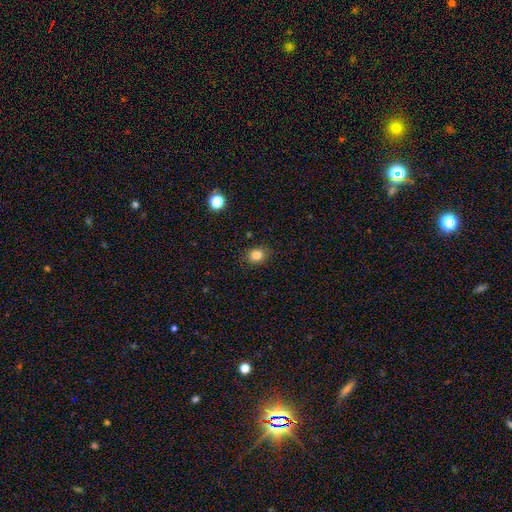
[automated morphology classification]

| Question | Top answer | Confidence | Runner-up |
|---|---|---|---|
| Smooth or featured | smooth | 82% | star or artifact (12%) |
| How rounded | round | 63% | in between (36%) |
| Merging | none | 85% | minor disturbance (11%) |